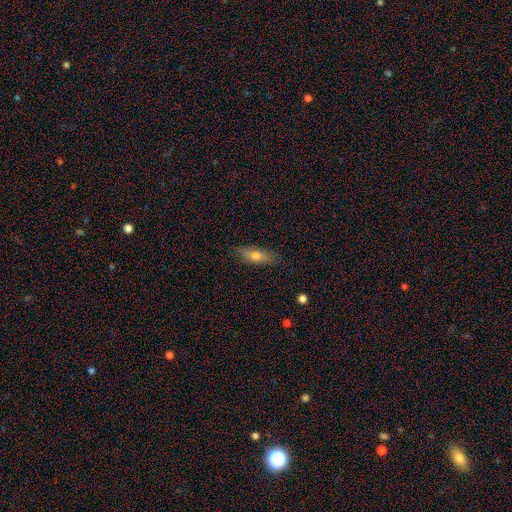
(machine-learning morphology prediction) Smooth or featured? Predicted: smooth (p=0.65). How rounded? Predicted: in between (p=0.51). Merging? Predicted: none (p=0.84).